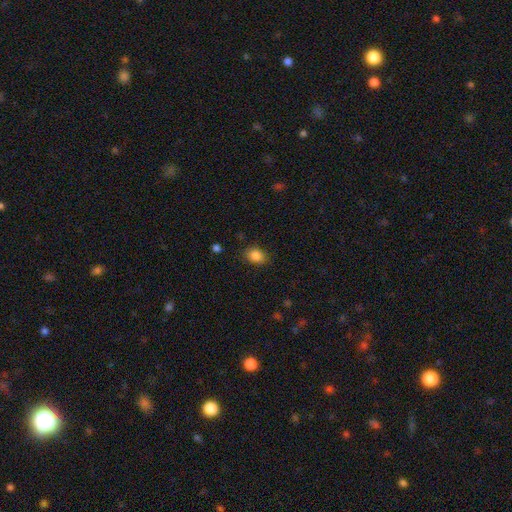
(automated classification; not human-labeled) Smooth or featured?
  - smooth: 85% *
  - star or artifact: 10%
  - featured or disk: 5%
How rounded?
  - in between: 63% *
  - round: 36%
  - cigar-shaped: 1%
Merging?
  - none: 85% *
  - minor disturbance: 11%
  - major disturbance: 3%
  - merger: 1%